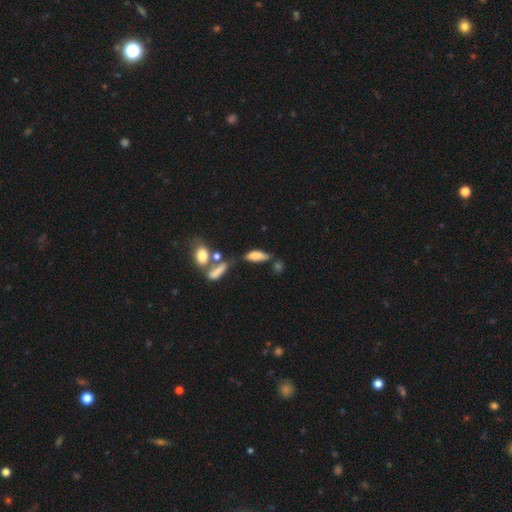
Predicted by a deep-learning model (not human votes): Smooth or featured? Predicted: smooth (p=0.73). How rounded? Predicted: in between (p=0.60). Merging? Predicted: none (p=0.45).